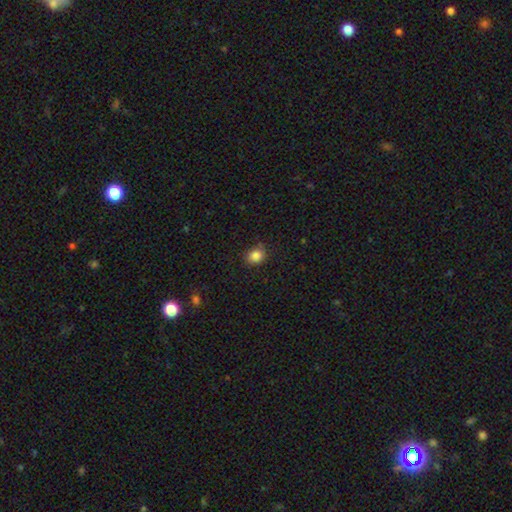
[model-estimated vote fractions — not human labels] A smooth galaxy with no disk features (85%) that is round (62%).

Vote fractions:
- Smooth or featured? smooth: 85% / star or artifact: 10% / featured or disk: 5%
- How rounded? round: 62% / in between: 37% / cigar-shaped: 1%
- Merging? none: 80% / minor disturbance: 15% / major disturbance: 3% / merger: 2%